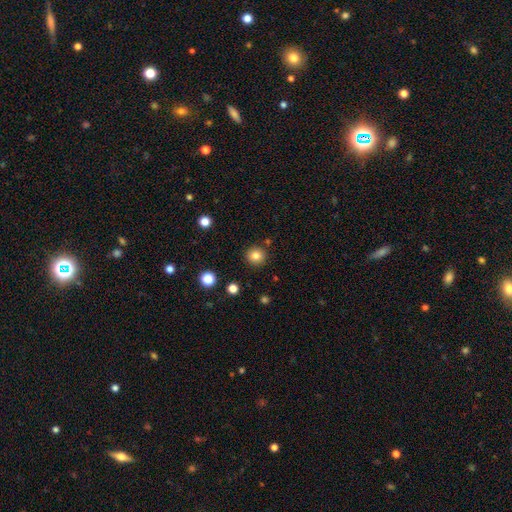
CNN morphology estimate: Smooth or featured? Predicted: smooth (p=0.82). How rounded? Predicted: round (p=0.93). Merging? Predicted: none (p=0.89).